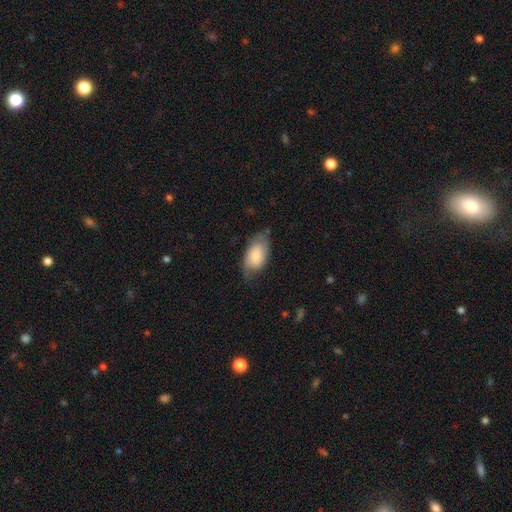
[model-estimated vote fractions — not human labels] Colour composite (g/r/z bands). It shows a smooth galaxy with no disk features (71%) that is in between round and cigar-shaped (93%). Merging: none (60%).